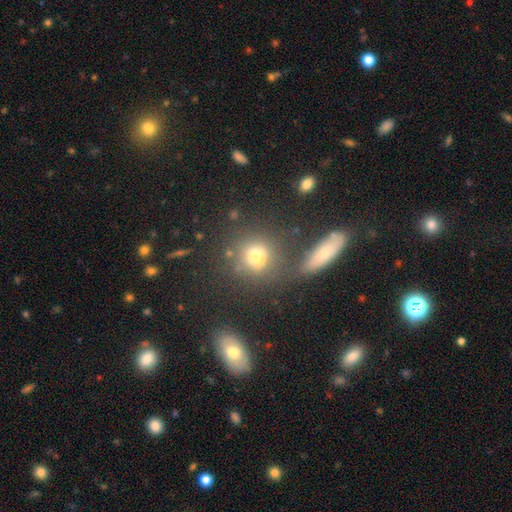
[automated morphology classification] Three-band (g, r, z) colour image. It shows a smooth galaxy with no disk features (68%) that is round (79%). Merging: none (57%).